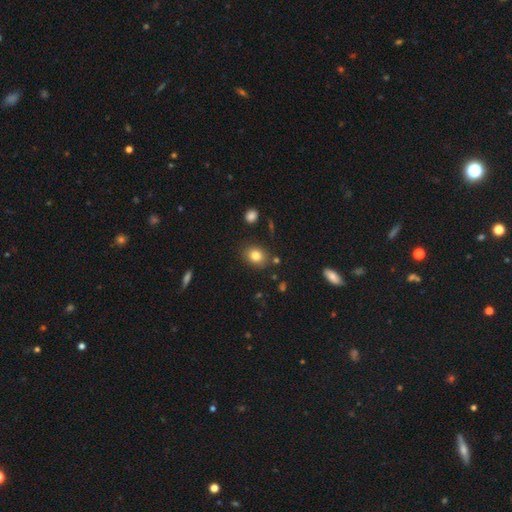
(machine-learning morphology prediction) smooth_or_featured: smooth (p=0.82) [alt: star or artifact p=0.11]
how_rounded: round (p=0.52) [alt: in between p=0.47]
merging: none (p=0.83) [alt: minor disturbance p=0.10]